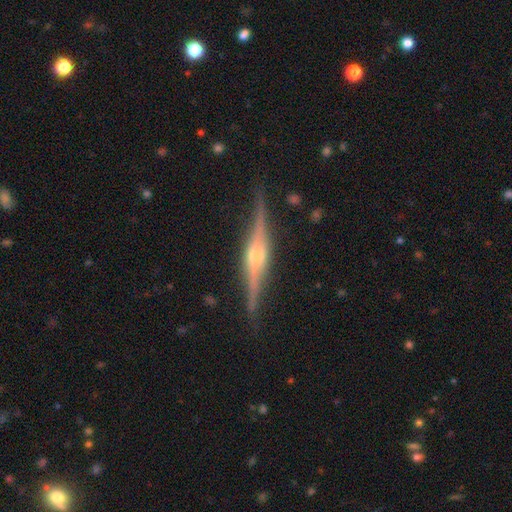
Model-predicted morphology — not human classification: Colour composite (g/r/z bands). It shows a featured or disk galaxy (88%) viewed edge-on (98%) with a rounded central bulge (83%). Merging: none (88%).